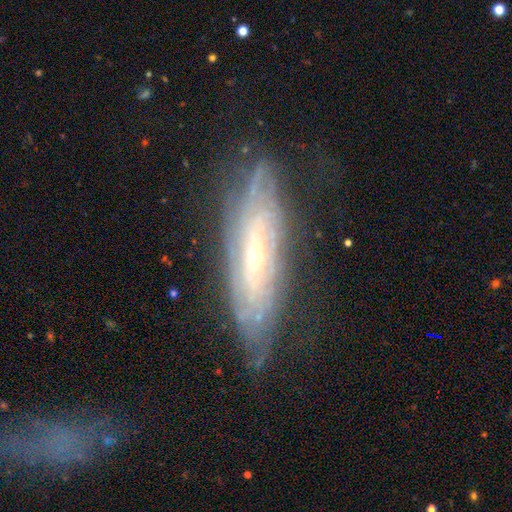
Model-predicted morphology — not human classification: This appears to be a featured or disk galaxy (82%) with no bar (55%), tight (74%) spiral arms (87%) and a small central bulge (68%). Merging: none (71%).